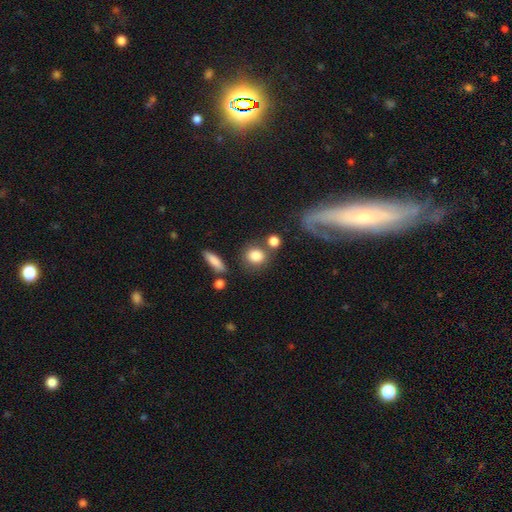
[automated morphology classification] smooth-or-featured: smooth: 82% | star or artifact: 9% | featured or disk: 9%
  how-rounded: round: 76% | in between: 21% | cigar-shaped: 2%
  merging: none: 65% | merger: 15% | minor disturbance: 13% | major disturbance: 7%